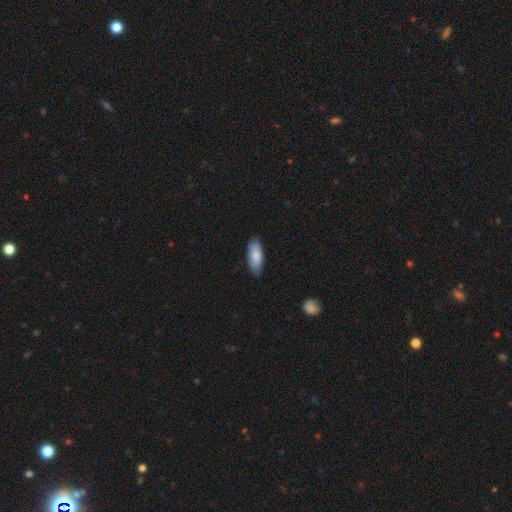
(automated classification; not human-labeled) Morphology: type=smooth (82%); roundness=in between (81%); merging=none (83%).